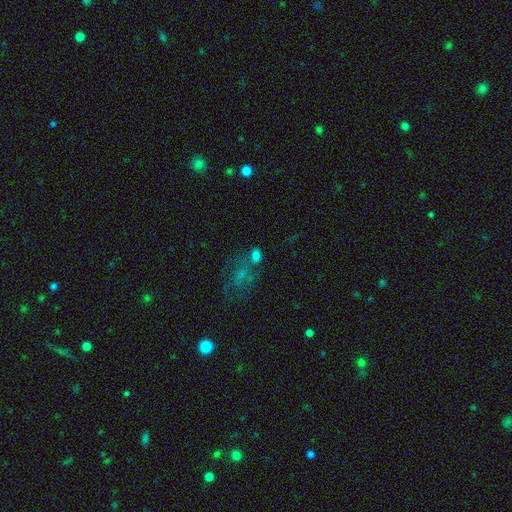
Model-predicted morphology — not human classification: smooth_or_featured: smooth (p=0.62) [alt: star or artifact p=0.21]
how_rounded: in between (p=0.72) [alt: round p=0.25]
merging: none (p=0.43) [alt: merger p=0.25]